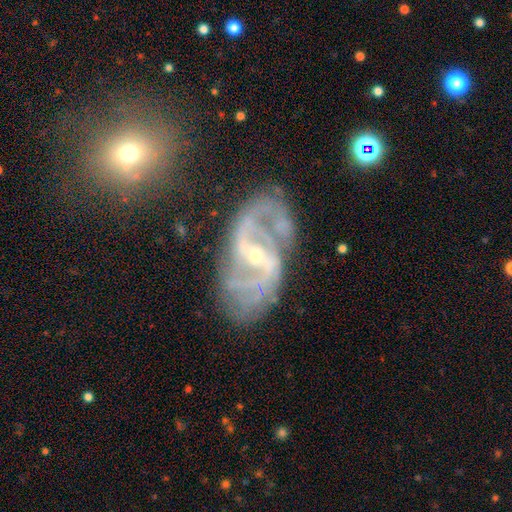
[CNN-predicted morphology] The model was most divided on "bar": weak: 44%, strong: 35%, no: 20%. Remaining: edge-on disk — no (96%); spiral arms — yes (96%); smooth or featured — featured or disk (89%); bulge size — small (70%); merging — none (65%); spiral arm count — 2 (58%); spiral winding — medium (47%).